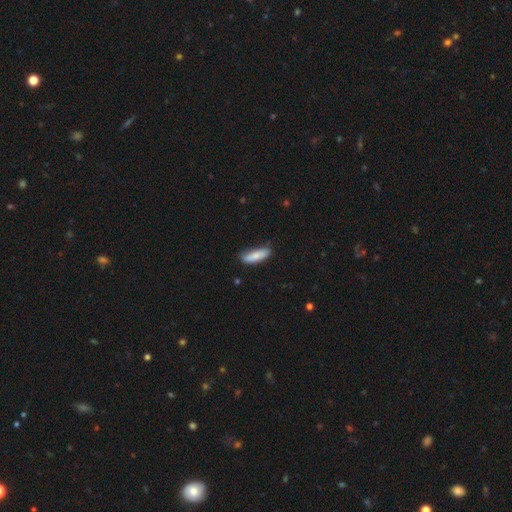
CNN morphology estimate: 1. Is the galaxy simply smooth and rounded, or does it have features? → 78% smooth, 16% featured or disk, 6% star or artifact.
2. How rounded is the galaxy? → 50% cigar-shaped, 49% in between, 2% round.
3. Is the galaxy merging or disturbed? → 72% none, 23% minor disturbance, 4% major disturbance, 2% merger.